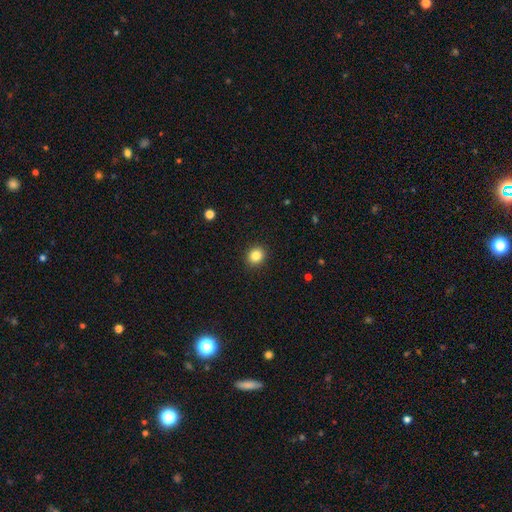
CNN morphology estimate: A smooth galaxy with no disk features (84%) that is round (78%). Merging: none (91%).